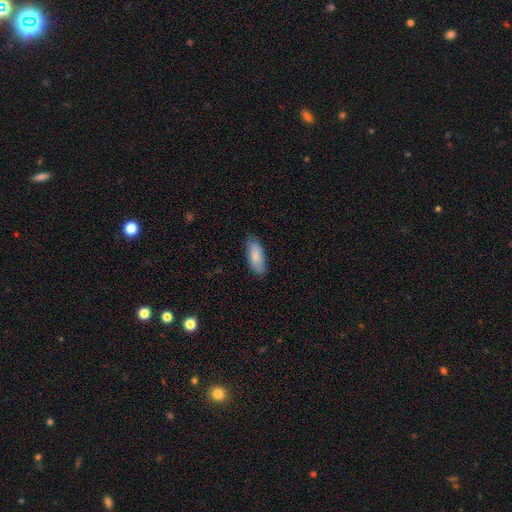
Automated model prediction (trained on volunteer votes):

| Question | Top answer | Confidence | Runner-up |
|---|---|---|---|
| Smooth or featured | smooth | 83% | featured or disk (11%) |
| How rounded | in between | 77% | cigar-shaped (22%) |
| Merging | none | 80% | minor disturbance (16%) |